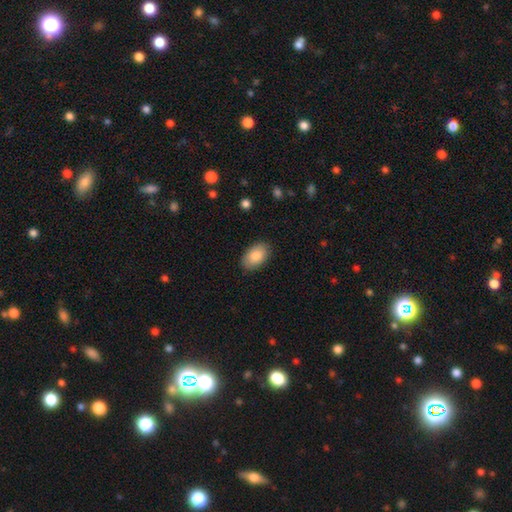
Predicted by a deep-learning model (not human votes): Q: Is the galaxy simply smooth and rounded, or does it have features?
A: smooth — 86%.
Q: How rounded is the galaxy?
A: in between — 93%.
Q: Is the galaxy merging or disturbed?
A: none — 86%.